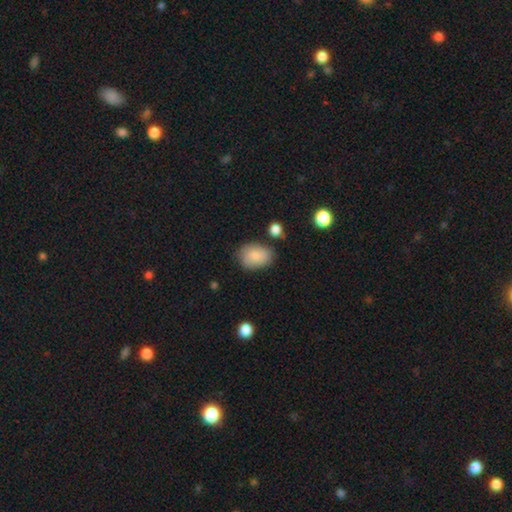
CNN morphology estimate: Q: Smooth or featured?
A: smooth (85%); runner-up: featured or disk (8%)
Q: How rounded?
A: in between (78%); runner-up: round (21%)
Q: Merging?
A: none (70%); runner-up: minor disturbance (20%)